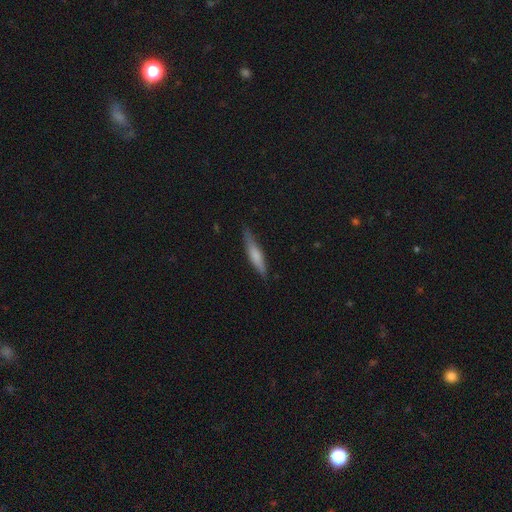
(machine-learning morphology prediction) Smooth or featured?
  - smooth: 65% *
  - featured or disk: 29%
  - star or artifact: 6%
How rounded?
  - cigar-shaped: 85% *
  - in between: 14%
  - round: 1%
Merging?
  - none: 82% *
  - minor disturbance: 15%
  - major disturbance: 3%
  - merger: 1%